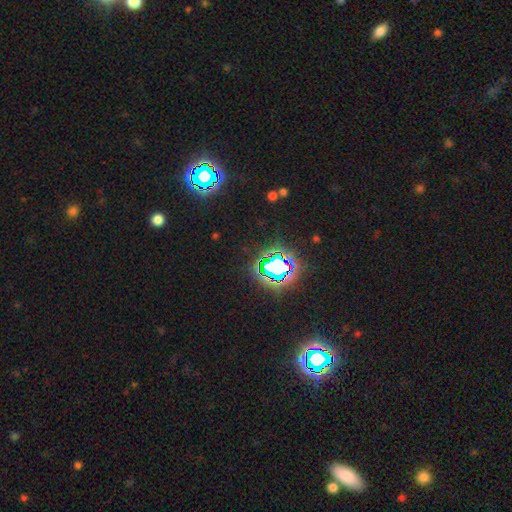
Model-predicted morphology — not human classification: Smooth or featured: star or artifact — 81% (smooth — 12%)